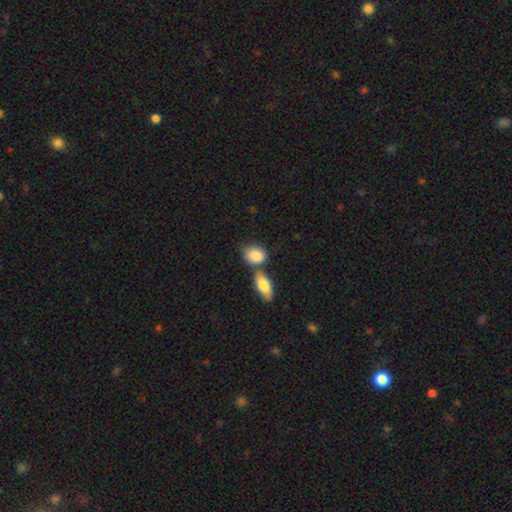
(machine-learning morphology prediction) smooth 86%, featured or disk 7%, star or artifact 6%. Down the decision tree: how rounded — in between (69%); merging — none (44%).